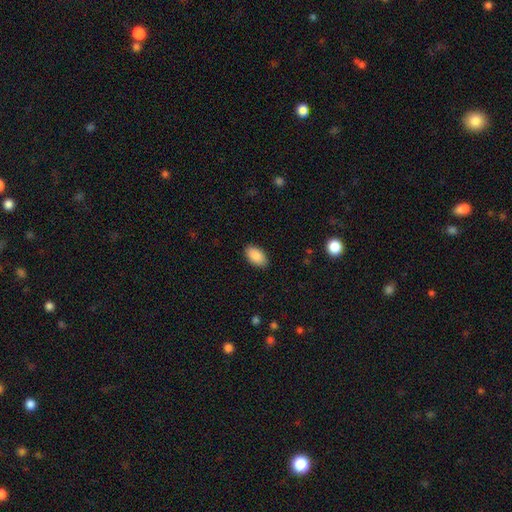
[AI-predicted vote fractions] Overall: smooth (90%). How rounded: in between (94%). Merging: none (88%).